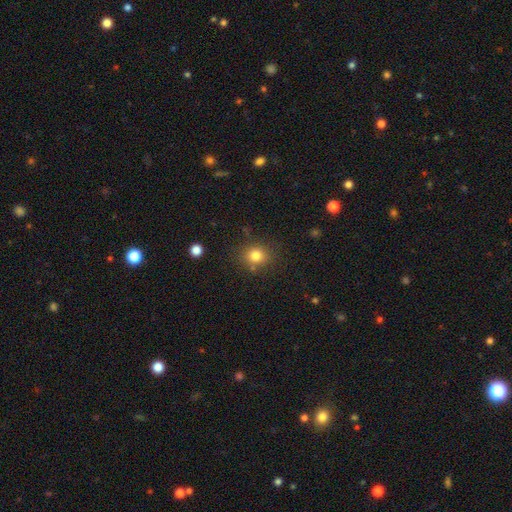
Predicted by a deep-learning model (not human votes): Smooth or featured? Predicted: smooth (p=0.81). How rounded? Predicted: round (p=0.82). Merging? Predicted: none (p=0.81).